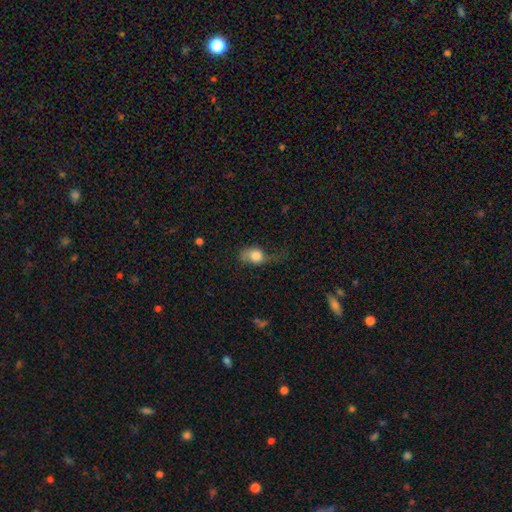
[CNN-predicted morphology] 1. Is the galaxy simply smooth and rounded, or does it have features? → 70% smooth, 22% featured or disk, 8% star or artifact.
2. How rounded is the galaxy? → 64% in between, 33% round, 3% cigar-shaped.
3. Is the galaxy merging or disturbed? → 35% major disturbance, 32% minor disturbance, 31% none, 3% merger.